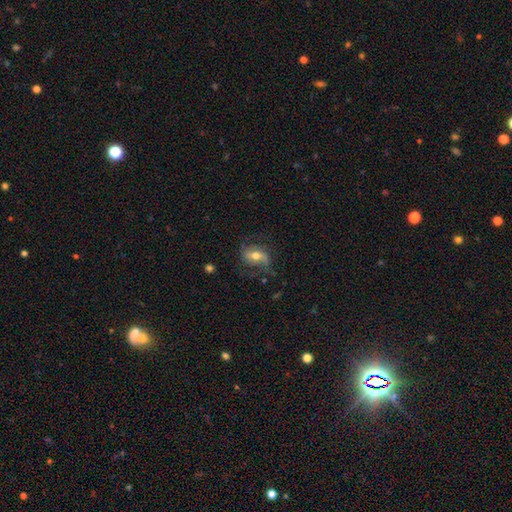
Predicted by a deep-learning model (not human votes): Smooth or featured? Predicted: featured or disk (p=0.64). Edge-on disk? Predicted: no (p=0.94). Bar? Predicted: weak (p=0.40). Spiral arms? Predicted: yes (p=0.87). Spiral winding? Predicted: loose (p=0.56). Spiral arm count? Predicted: 2 (p=0.80). Bulge size? Predicted: moderate (p=0.68). Merging? Predicted: none (p=0.63).